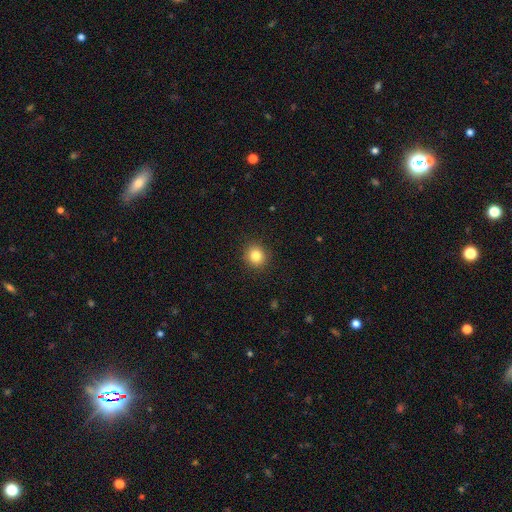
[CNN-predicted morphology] smooth_or_featured: smooth (p=0.83) [alt: star or artifact p=0.11]
how_rounded: round (p=0.89) [alt: in between p=0.10]
merging: none (p=0.91) [alt: minor disturbance p=0.06]